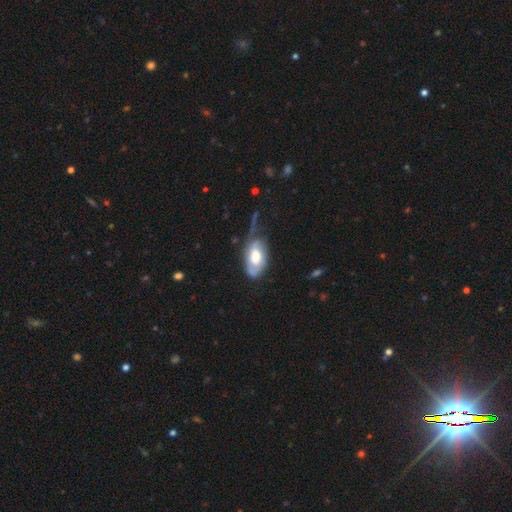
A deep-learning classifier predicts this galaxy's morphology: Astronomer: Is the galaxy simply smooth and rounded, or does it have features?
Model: featured or disk — 54% (runner-up: smooth, 39%).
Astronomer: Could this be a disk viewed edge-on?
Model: no — 92%.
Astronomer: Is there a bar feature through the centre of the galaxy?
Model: no — 69%.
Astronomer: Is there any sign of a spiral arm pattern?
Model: yes — 73%.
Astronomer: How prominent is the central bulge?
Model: large — 43%, tied with moderate at 43%.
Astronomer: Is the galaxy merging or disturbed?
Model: none — 38% (runner-up: minor disturbance, 34%).